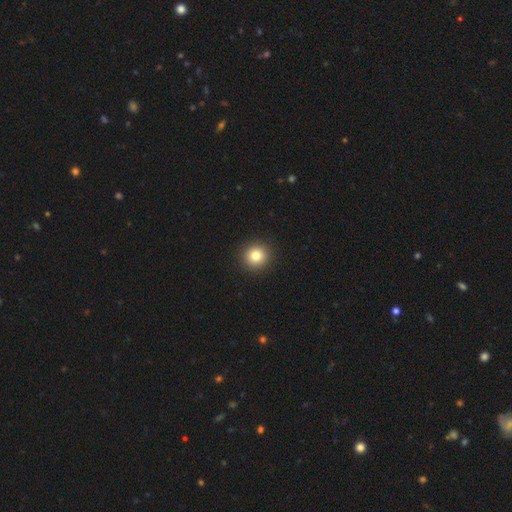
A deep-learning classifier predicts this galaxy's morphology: smooth 82%, star or artifact 11%, featured or disk 7%. Down the decision tree: how rounded — round (93%); merging — none (93%).